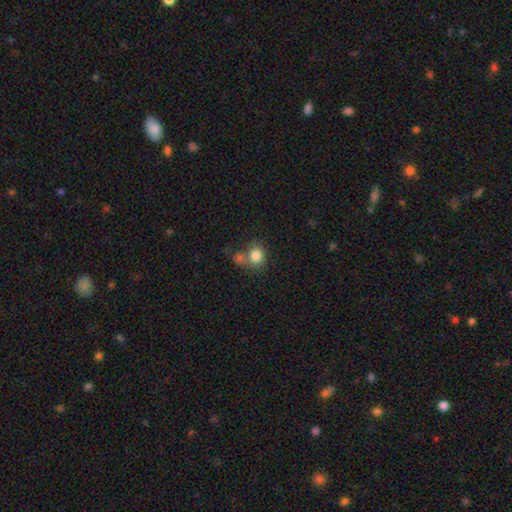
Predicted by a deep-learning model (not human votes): A smooth galaxy with no disk features (82%) that is round (74%).

Vote fractions:
- Smooth or featured? smooth: 82% / star or artifact: 10% / featured or disk: 8%
- How rounded? round: 74% / in between: 25% / cigar-shaped: 1%
- Merging? none: 48% / merger: 35% / minor disturbance: 12% / major disturbance: 5%